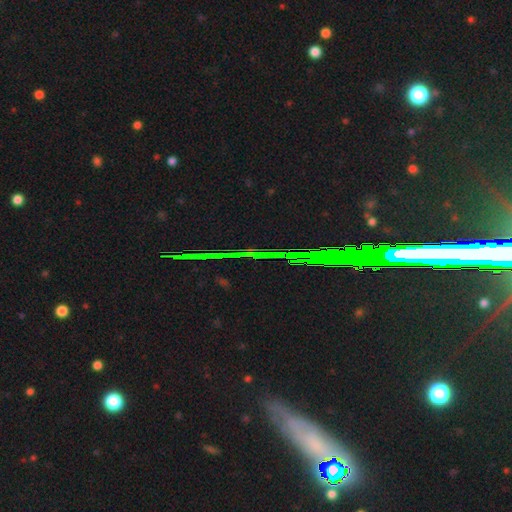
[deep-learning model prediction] star or artifact 71%, featured or disk 18%, smooth 11%.